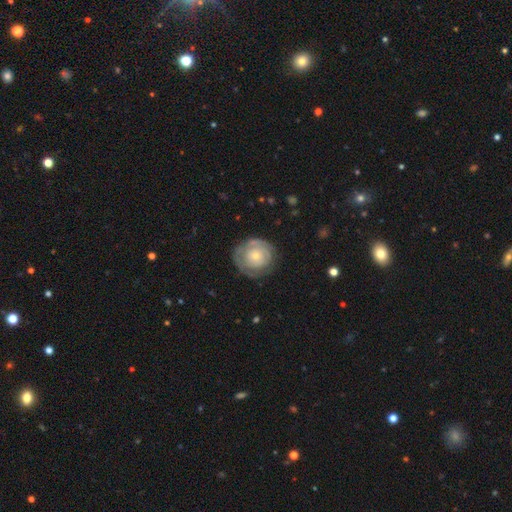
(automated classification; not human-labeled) Smooth or featured? featured or disk (58%)
Edge-on disk? no (97%)
Bar? no (87%)
Spiral arms? yes (58%)
Bulge size? small (63%)
Merging? none (70%)